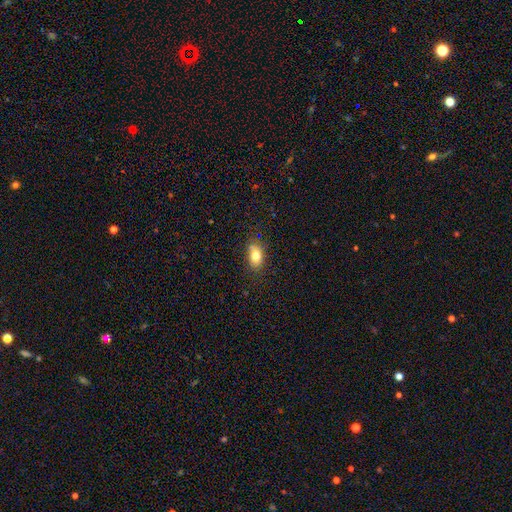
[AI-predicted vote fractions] A smooth galaxy with no disk features (79%) that is in between round and cigar-shaped (82%).

Vote fractions:
- Smooth or featured? smooth: 79% / featured or disk: 12% / star or artifact: 10%
- How rounded? in between: 82% / round: 15% / cigar-shaped: 3%
- Merging? none: 77% / minor disturbance: 17% / major disturbance: 4% / merger: 3%